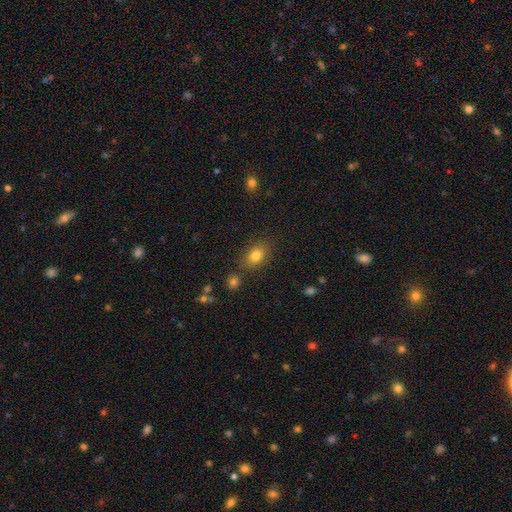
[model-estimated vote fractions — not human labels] Smooth or featured? Predicted: smooth (p=0.81). How rounded? Predicted: in between (p=0.74). Merging? Predicted: none (p=0.77).